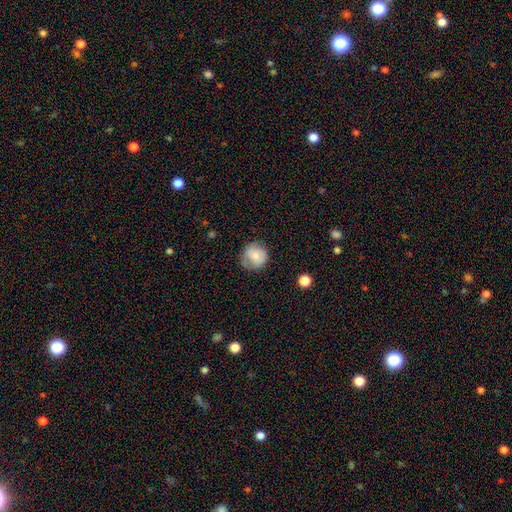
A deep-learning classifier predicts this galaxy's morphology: type=smooth (74%); roundness=round (88%); merging=none (67%).